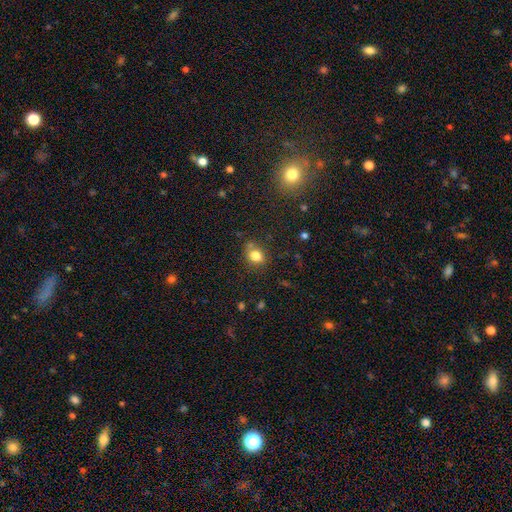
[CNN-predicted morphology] Q: Smooth or featured?
A: smooth (80%); runner-up: star or artifact (12%)
Q: How rounded?
A: round (53%); runner-up: in between (45%)
Q: Merging?
A: none (67%); runner-up: minor disturbance (19%)